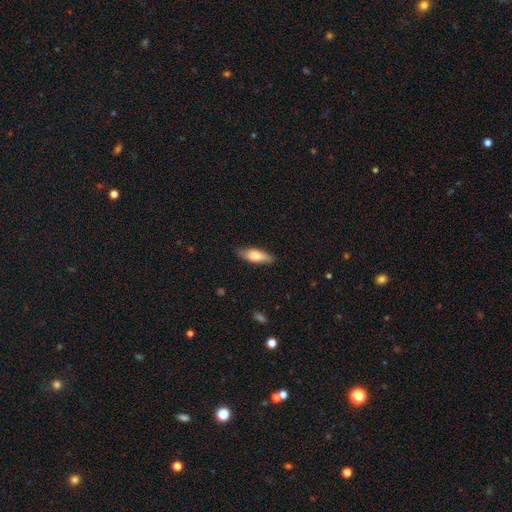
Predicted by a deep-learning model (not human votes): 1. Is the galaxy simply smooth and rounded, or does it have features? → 74% smooth, 20% featured or disk, 6% star or artifact.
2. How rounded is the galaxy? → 62% in between, 36% cigar-shaped, 2% round.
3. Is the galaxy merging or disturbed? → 79% none, 16% minor disturbance, 3% major disturbance, 1% merger.